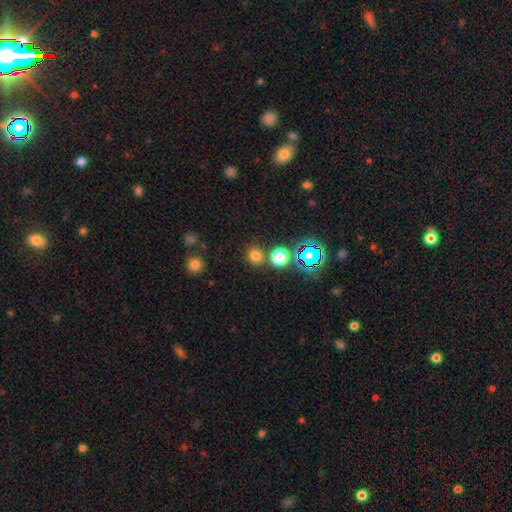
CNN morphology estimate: Smooth or featured?
  - smooth: 73% *
  - star or artifact: 22%
  - featured or disk: 5%
How rounded?
  - round: 86% *
  - in between: 13%
  - cigar-shaped: 1%
Merging?
  - none: 75% *
  - merger: 14%
  - minor disturbance: 8%
  - major disturbance: 3%